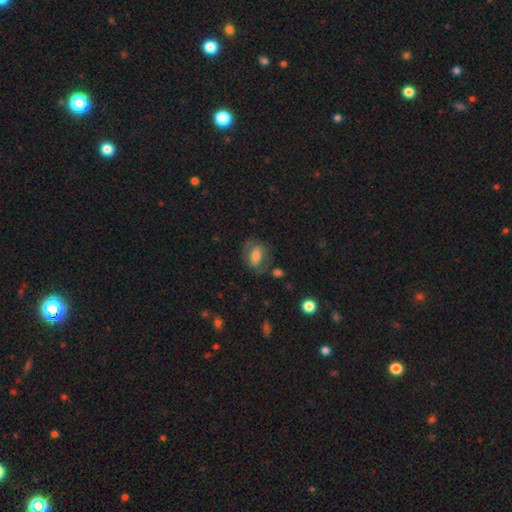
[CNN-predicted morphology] Overall: smooth (57%; featured or disk 35%). How rounded: in between (78%). Merging: none (62%).